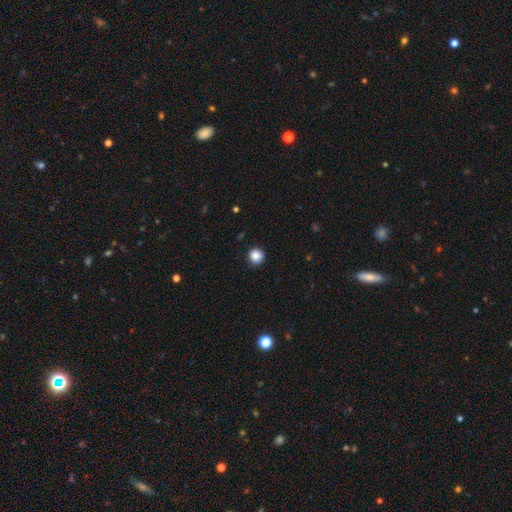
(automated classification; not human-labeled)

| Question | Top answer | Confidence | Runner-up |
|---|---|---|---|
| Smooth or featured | smooth | 87% | star or artifact (10%) |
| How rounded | round | 95% | in between (4%) |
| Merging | none | 92% | minor disturbance (6%) |